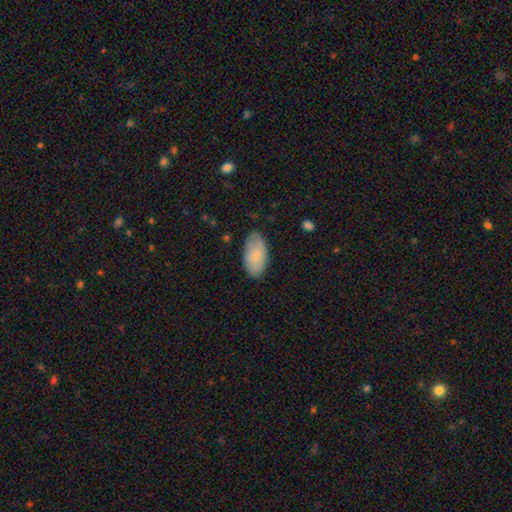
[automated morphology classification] Q: Smooth or featured?
A: smooth (78%); runner-up: featured or disk (15%)
Q: How rounded?
A: in between (95%); runner-up: round (3%)
Q: Merging?
A: none (79%); runner-up: minor disturbance (17%)